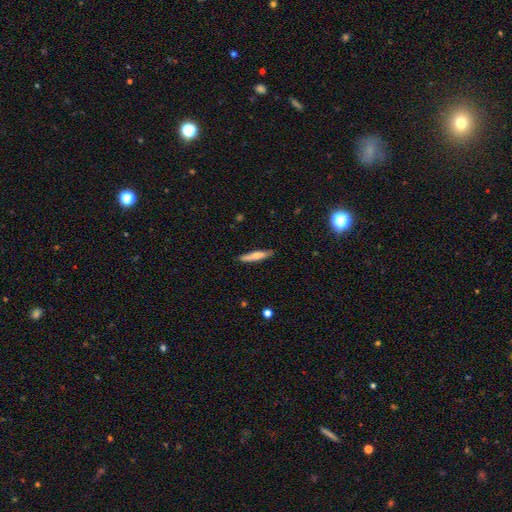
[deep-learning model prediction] A smooth galaxy with no disk features (70%) that is cigar-shaped (90%).

Vote fractions:
- Smooth or featured? smooth: 70% / featured or disk: 24% / star or artifact: 6%
- How rounded? cigar-shaped: 90% / in between: 9% / round: 1%
- Merging? none: 86% / minor disturbance: 11% / major disturbance: 2% / merger: 1%